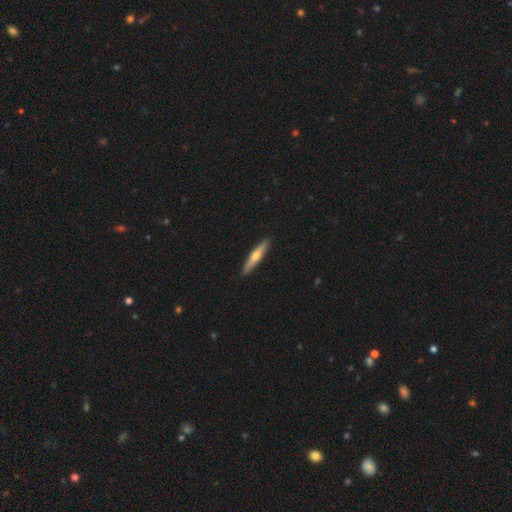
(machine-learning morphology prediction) Smooth or featured? Predicted: featured or disk (p=0.52). Edge-on disk? Predicted: yes (p=0.95). Merging? Predicted: none (p=0.91).